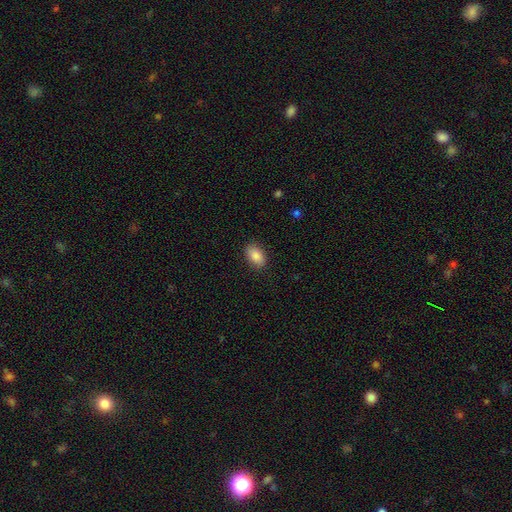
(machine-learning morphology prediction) A smooth galaxy with no disk features (88%) that is in between round and cigar-shaped (90%). Merging: none (87%).